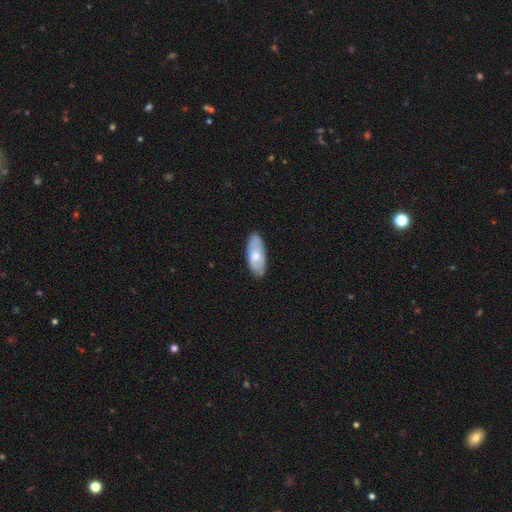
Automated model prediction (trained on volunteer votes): smooth_or_featured: smooth (p=0.65) [alt: featured or disk p=0.29]
how_rounded: in between (p=0.84) [alt: cigar-shaped p=0.14]
merging: none (p=0.83) [alt: minor disturbance p=0.14]